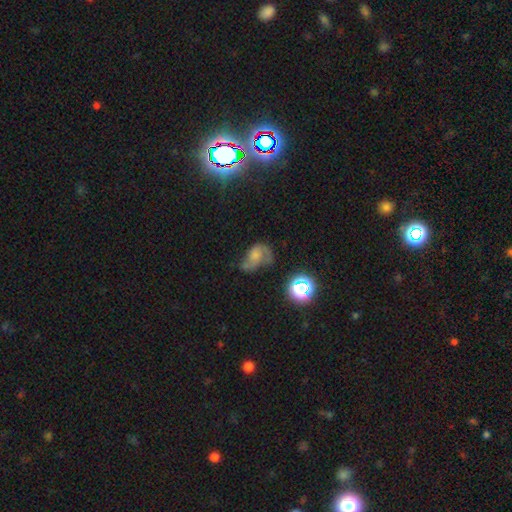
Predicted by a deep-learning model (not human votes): Overall: featured or disk (47%; smooth 37%). Merging: major disturbance (35%; none 29%).